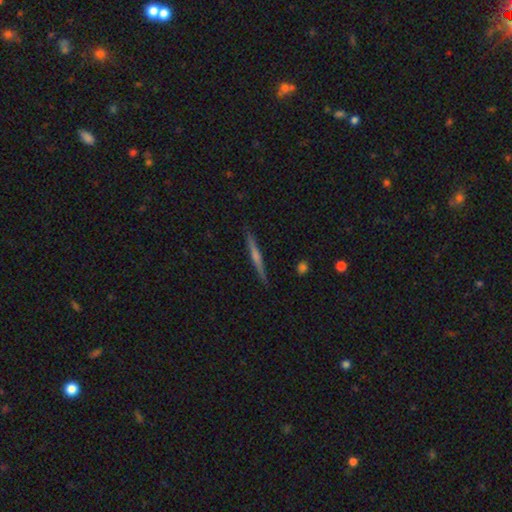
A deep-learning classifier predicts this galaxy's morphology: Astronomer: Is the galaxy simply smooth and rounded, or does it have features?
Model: featured or disk — 60%.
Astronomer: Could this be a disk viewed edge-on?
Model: yes — 98%.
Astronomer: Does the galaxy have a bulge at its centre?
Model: rounded — 50% (runner-up: none, 38%).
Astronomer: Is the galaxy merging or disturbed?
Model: none — 90%.